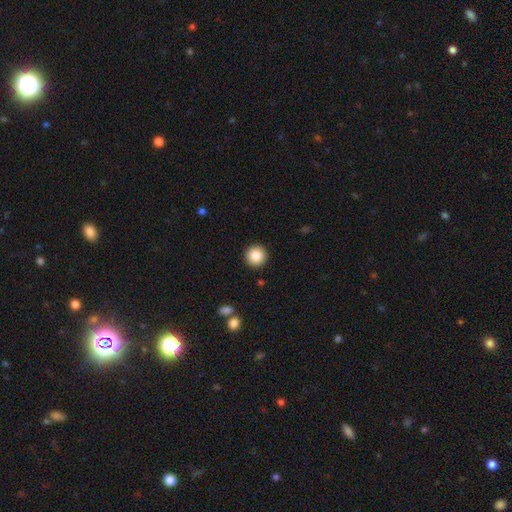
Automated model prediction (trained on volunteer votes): A smooth galaxy with no disk features (86%) that is round (96%). Merging: none (93%).